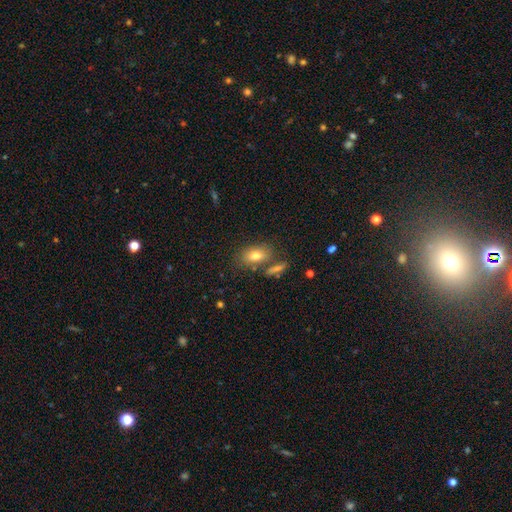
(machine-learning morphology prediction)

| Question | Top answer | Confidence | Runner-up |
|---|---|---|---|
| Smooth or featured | smooth | 76% | featured or disk (14%) |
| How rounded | in between | 85% | round (11%) |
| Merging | none | 67% | merger (15%) |